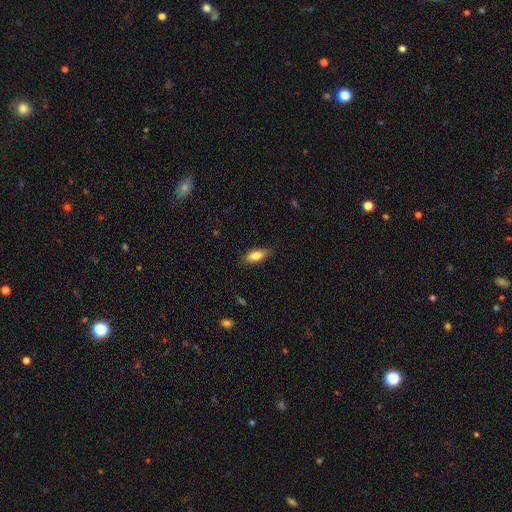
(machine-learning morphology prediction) Smooth or featured?
  - smooth: 78% *
  - featured or disk: 15%
  - star or artifact: 7%
How rounded?
  - in between: 77% *
  - cigar-shaped: 20%
  - round: 3%
Merging?
  - none: 82% *
  - minor disturbance: 14%
  - major disturbance: 3%
  - merger: 1%